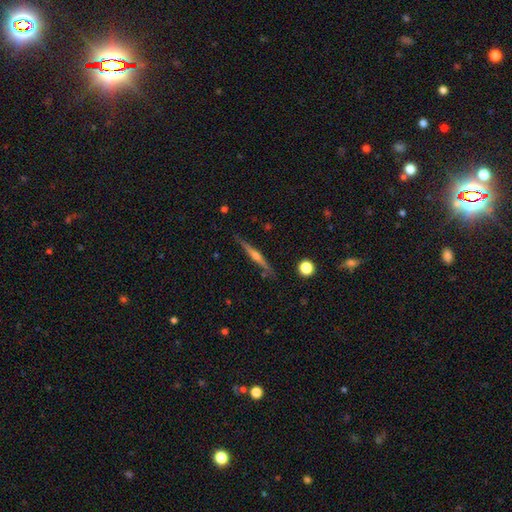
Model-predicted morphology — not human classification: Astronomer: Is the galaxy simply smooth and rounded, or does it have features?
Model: featured or disk — 71%.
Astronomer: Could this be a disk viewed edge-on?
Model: yes — 98%.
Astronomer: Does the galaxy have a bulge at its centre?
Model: rounded — 82%.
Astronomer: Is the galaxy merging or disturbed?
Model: none — 85%.